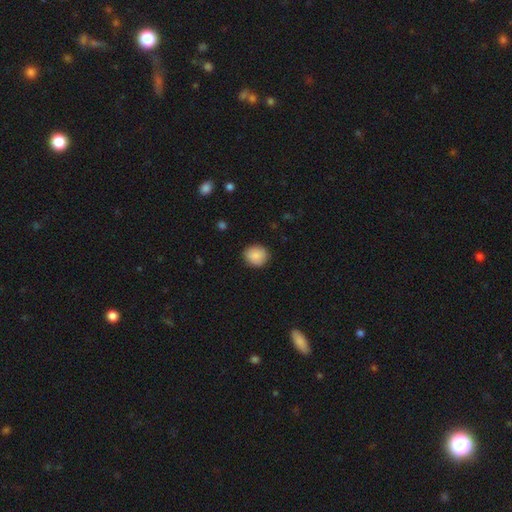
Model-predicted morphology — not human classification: smooth-or-featured: smooth: 88% | star or artifact: 7% | featured or disk: 5%
  how-rounded: round: 80% | in between: 19% | cigar-shaped: 1%
  merging: none: 88% | minor disturbance: 9% | major disturbance: 2% | merger: 1%